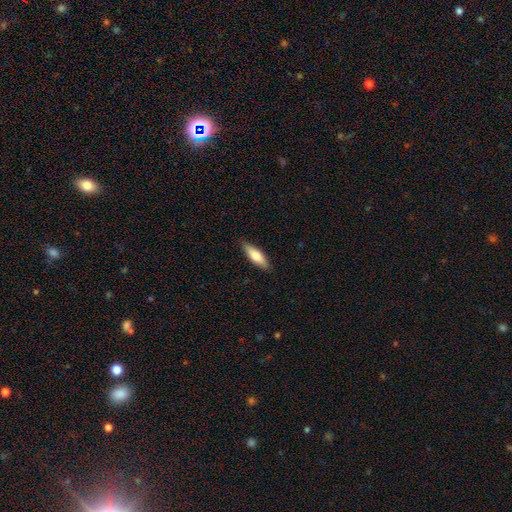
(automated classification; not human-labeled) Smooth or featured: smooth — 70% (featured or disk — 24%)
How rounded: in between — 52% (cigar-shaped — 46%)
Merging: none — 87% (minor disturbance — 10%)